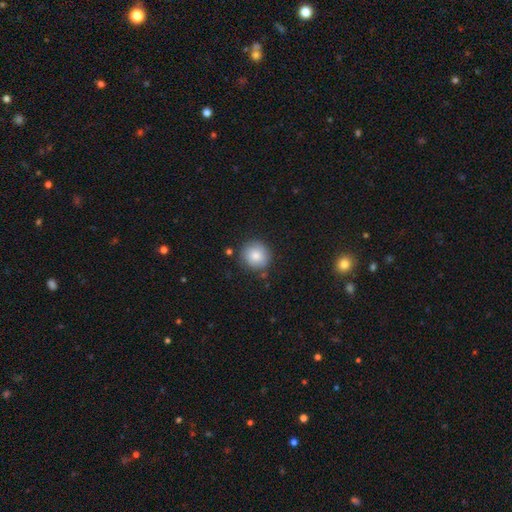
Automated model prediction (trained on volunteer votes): Morphology: type=smooth (82%); roundness=round (91%); merging=none (81%).